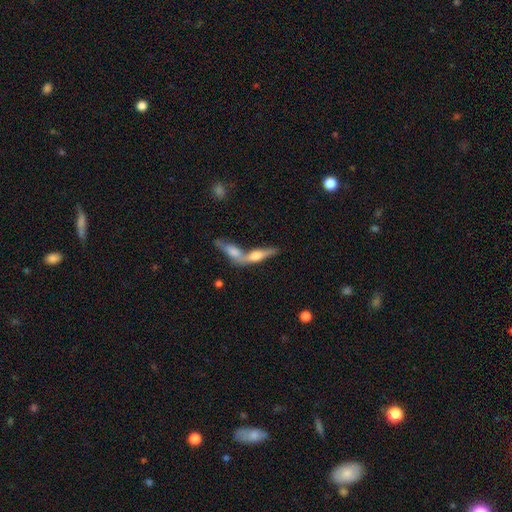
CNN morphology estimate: Smooth or featured?
  - featured or disk: 53% *
  - smooth: 39%
  - star or artifact: 8%
Edge-on disk?
  - yes: 87% *
  - no: 13%
Merging?
  - merger: 55% *
  - none: 34%
  - minor disturbance: 7%
  - major disturbance: 4%